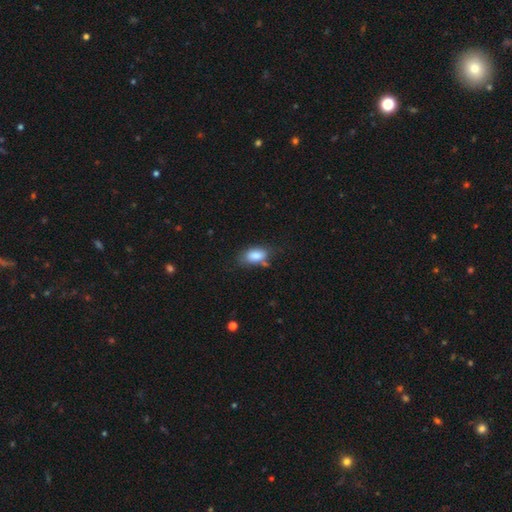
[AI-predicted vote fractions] smooth-or-featured: smooth: 85% | featured or disk: 8% | star or artifact: 8%
  how-rounded: in between: 90% | round: 7% | cigar-shaped: 3%
  merging: none: 63% | minor disturbance: 24% | major disturbance: 7% | merger: 6%